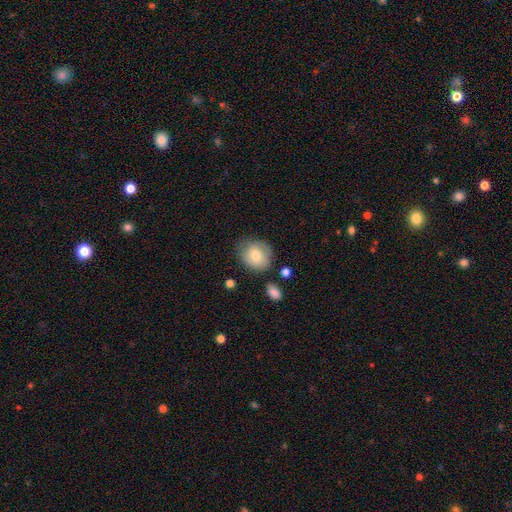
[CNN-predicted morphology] smooth_or_featured: smooth (p=0.70) [alt: featured or disk p=0.22]
how_rounded: round (p=0.72) [alt: in between p=0.27]
merging: none (p=0.70) [alt: minor disturbance p=0.20]